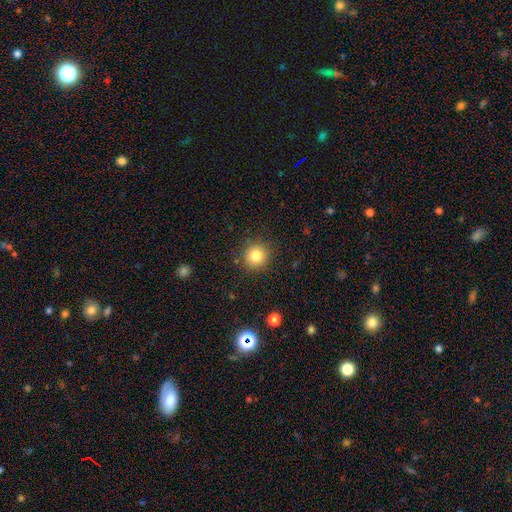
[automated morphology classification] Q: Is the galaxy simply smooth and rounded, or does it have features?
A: smooth — 80%.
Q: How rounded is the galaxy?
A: round — 93%.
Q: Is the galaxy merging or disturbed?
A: none — 89%.